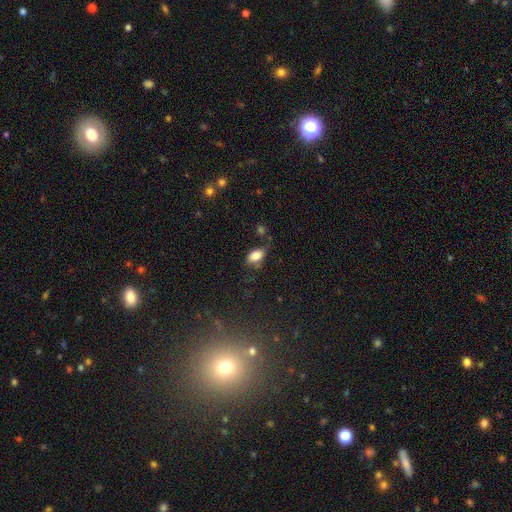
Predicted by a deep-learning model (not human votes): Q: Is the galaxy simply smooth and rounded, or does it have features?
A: smooth — 82%.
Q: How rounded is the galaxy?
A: in between — 91%.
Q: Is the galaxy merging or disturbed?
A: none — 60%.